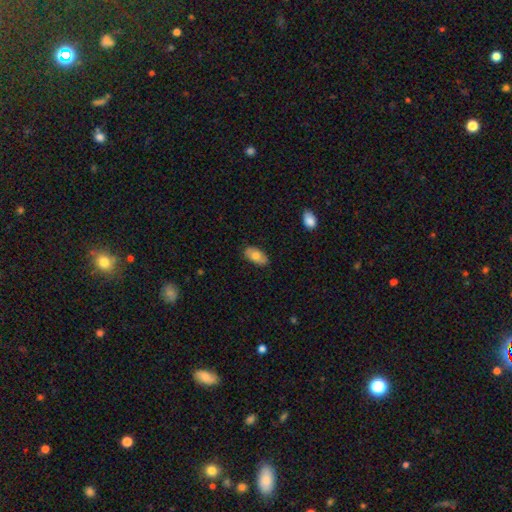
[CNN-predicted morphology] Smooth or featured?
  - smooth: 73% *
  - featured or disk: 21%
  - star or artifact: 6%
How rounded?
  - in between: 94% *
  - round: 3%
  - cigar-shaped: 3%
Merging?
  - none: 84% *
  - minor disturbance: 13%
  - major disturbance: 2%
  - merger: 1%